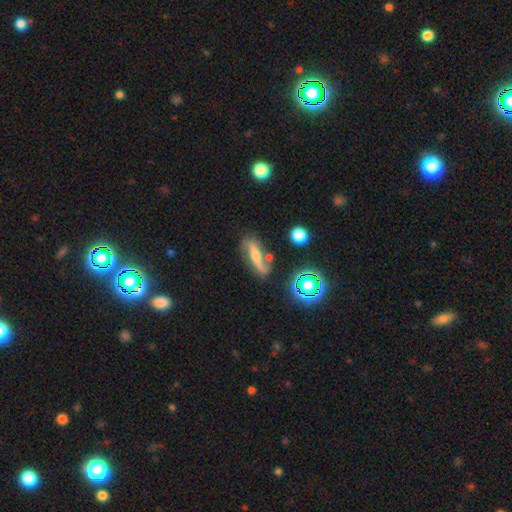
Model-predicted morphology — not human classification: Overall: featured or disk (64%; smooth 24%). Edge-on disk: no (73%). Merging: none (66%).